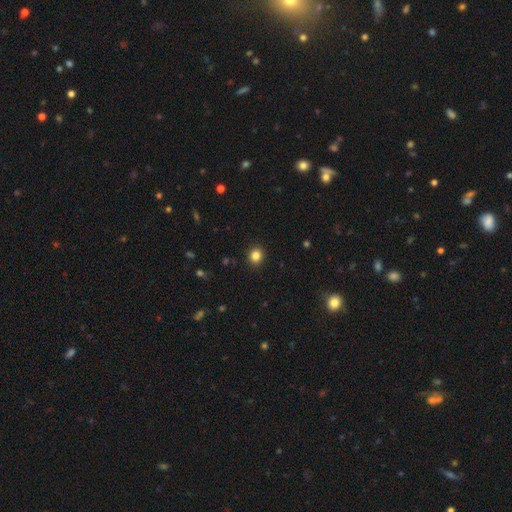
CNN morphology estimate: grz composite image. It shows a smooth galaxy with no disk features (84%) that is round (82%). Merging: none (91%).